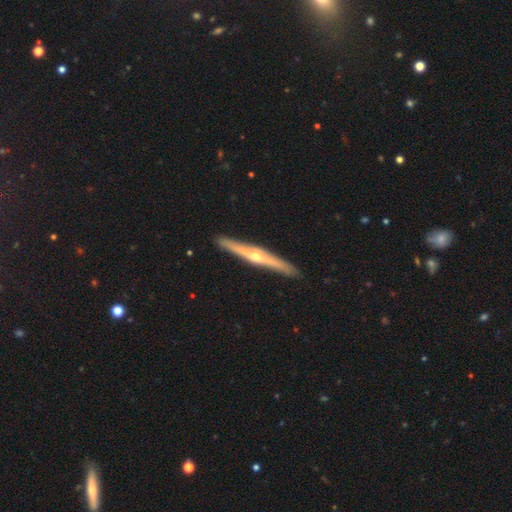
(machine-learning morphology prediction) smooth_or_featured: featured or disk (p=0.77) [alt: smooth p=0.18]
disk_edge_on: yes (p=0.97) [alt: no p=0.03]
edge_on_bulge: rounded (p=0.88) [alt: none p=0.10]
merging: none (p=0.92) [alt: minor disturbance p=0.06]